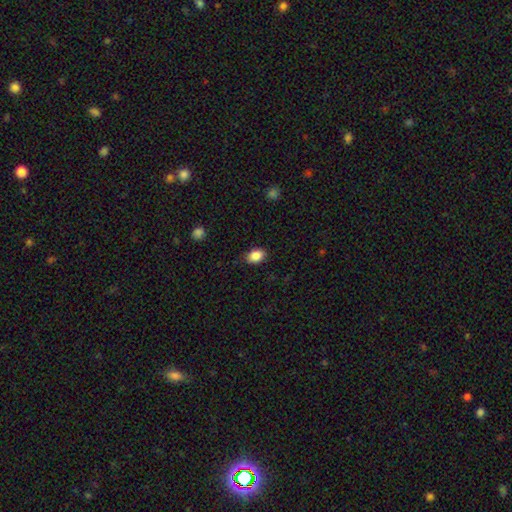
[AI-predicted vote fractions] smooth_or_featured: smooth (p=0.87) [alt: star or artifact p=0.08]
how_rounded: in between (p=0.79) [alt: round p=0.20]
merging: none (p=0.82) [alt: minor disturbance p=0.14]